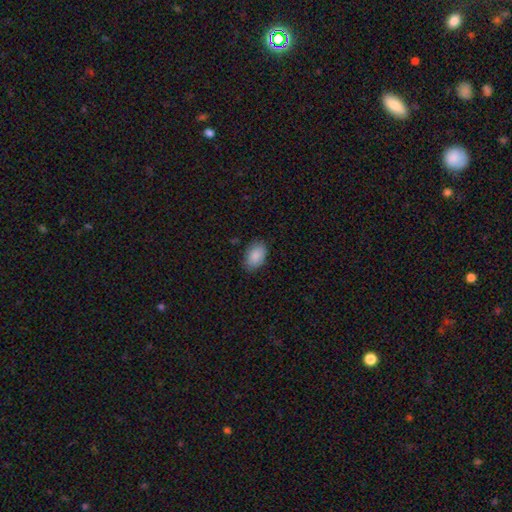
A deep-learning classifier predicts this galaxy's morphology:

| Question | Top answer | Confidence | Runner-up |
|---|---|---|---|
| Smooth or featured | smooth | 88% | star or artifact (7%) |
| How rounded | in between | 90% | round (9%) |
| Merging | none | 85% | minor disturbance (12%) |